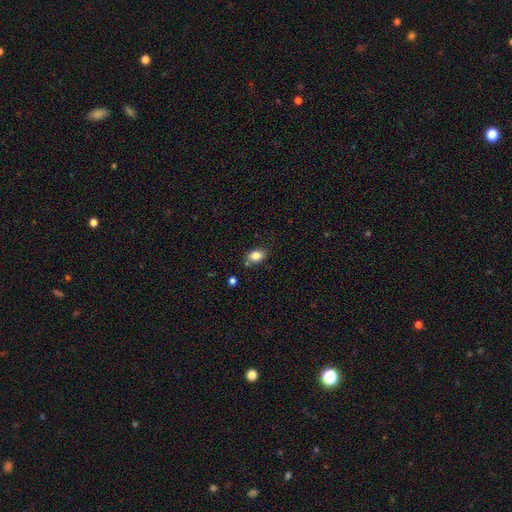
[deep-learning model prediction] smooth_or_featured: smooth (p=0.82) [alt: star or artifact p=0.09]
how_rounded: in between (p=0.78) [alt: round p=0.20]
merging: none (p=0.73) [alt: minor disturbance p=0.16]